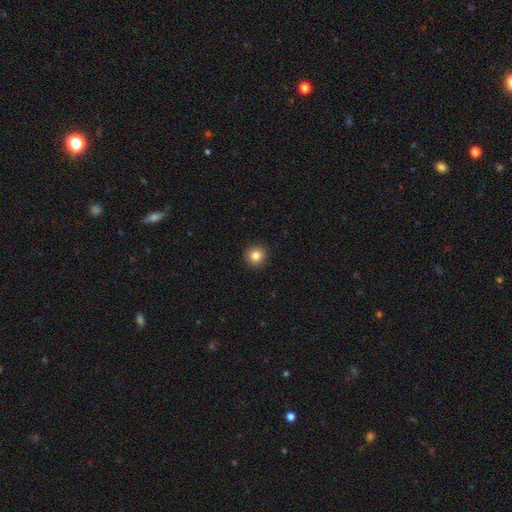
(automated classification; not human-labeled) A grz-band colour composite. It shows a smooth galaxy with no disk features (84%) that is round (94%). Merging: none (93%).